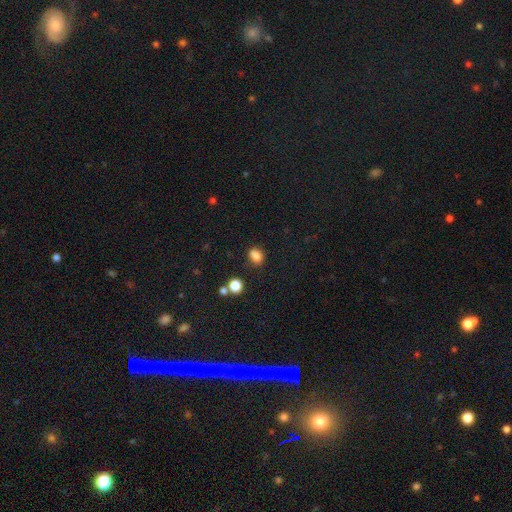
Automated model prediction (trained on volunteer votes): A smooth galaxy with no disk features (82%) that is in between round and cigar-shaped (51%). Merging: none (67%).